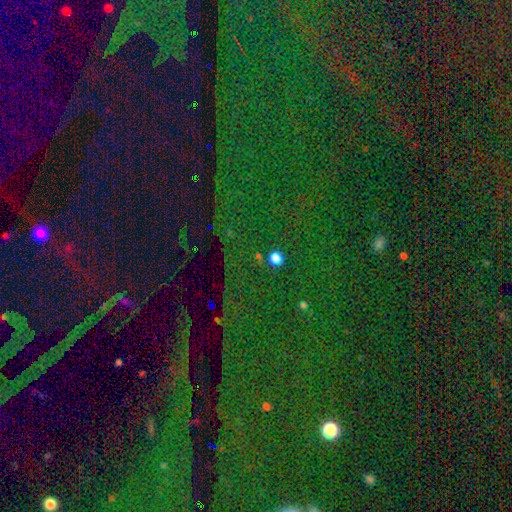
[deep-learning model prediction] Morphology: type=star or artifact (84%).